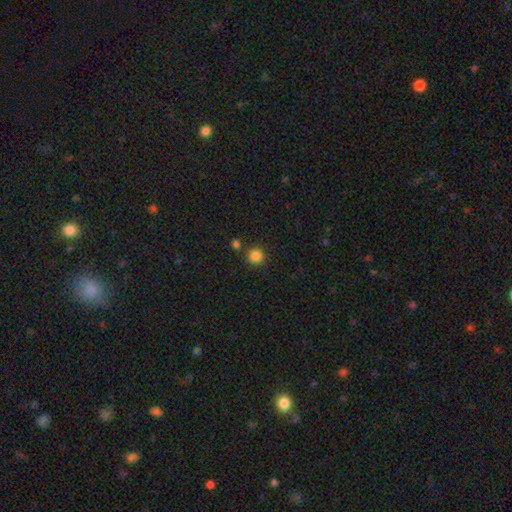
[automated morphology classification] A smooth galaxy with no disk features (84%) that is round (93%). Merging: none (83%).